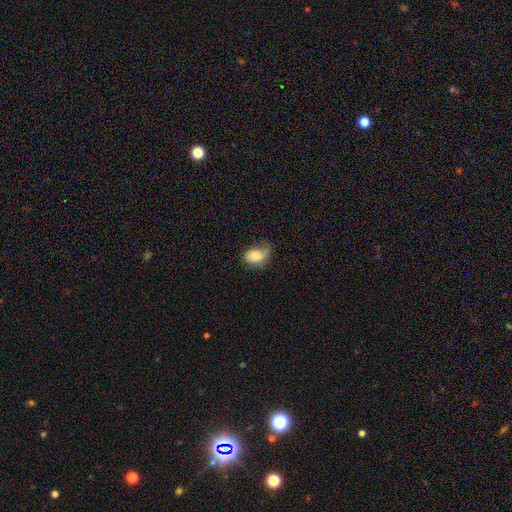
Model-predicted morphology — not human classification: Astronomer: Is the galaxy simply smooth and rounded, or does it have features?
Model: smooth — 73%.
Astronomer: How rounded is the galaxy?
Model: in between — 83%.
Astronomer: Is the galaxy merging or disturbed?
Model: none — 43% (runner-up: minor disturbance, 39%).